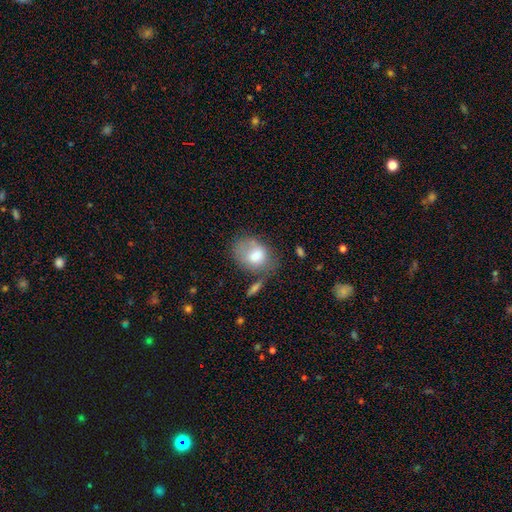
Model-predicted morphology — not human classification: A smooth galaxy with no disk features (72%) that is in between round and cigar-shaped (66%). Merging: none (39%).